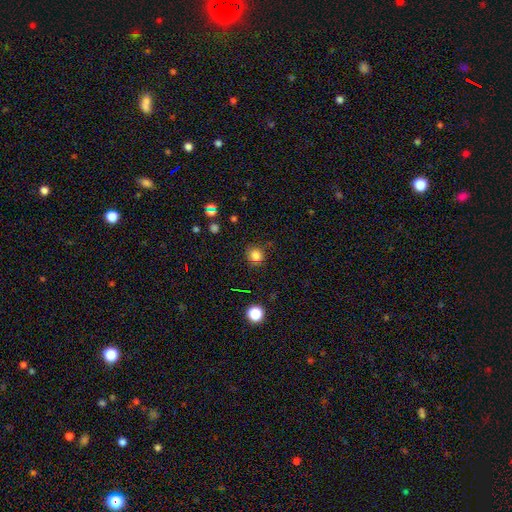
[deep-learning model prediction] Morphology: type=smooth (81%); roundness=round (87%); merging=none (84%).